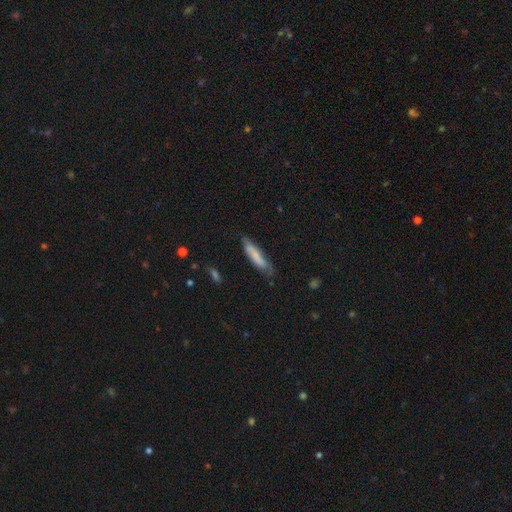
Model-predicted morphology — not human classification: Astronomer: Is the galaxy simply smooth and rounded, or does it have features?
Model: smooth — 68%.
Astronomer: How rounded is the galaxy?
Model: cigar-shaped — 79%.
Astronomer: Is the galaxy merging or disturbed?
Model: none — 61%.